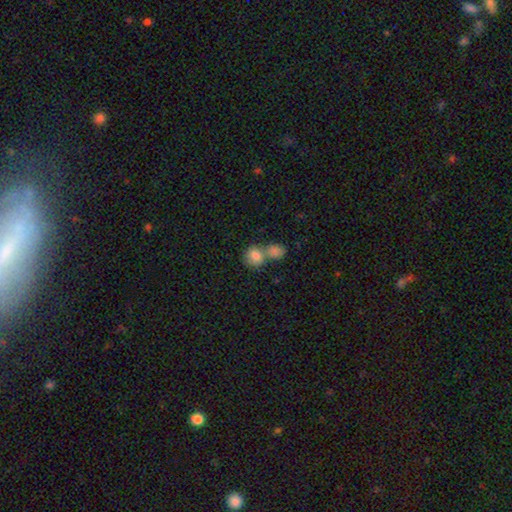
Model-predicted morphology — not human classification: This appears to be a smooth galaxy with no disk features (83%) that is round (73%). Merging: merger (54%).